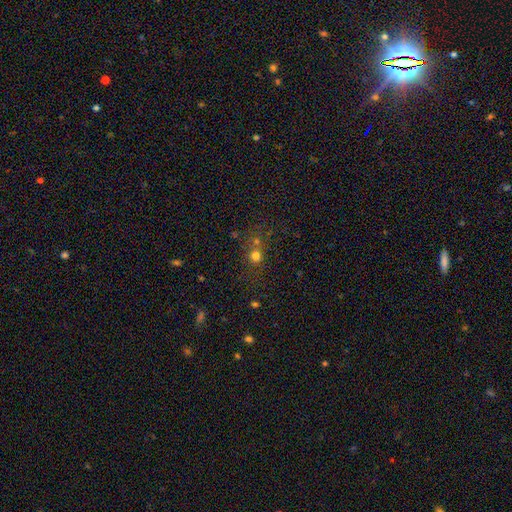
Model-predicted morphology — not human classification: Smooth or featured?
  - smooth: 67% *
  - star or artifact: 23%
  - featured or disk: 10%
How rounded?
  - round: 84% *
  - in between: 15%
  - cigar-shaped: 1%
Merging?
  - none: 59% *
  - merger: 26%
  - minor disturbance: 10%
  - major disturbance: 6%